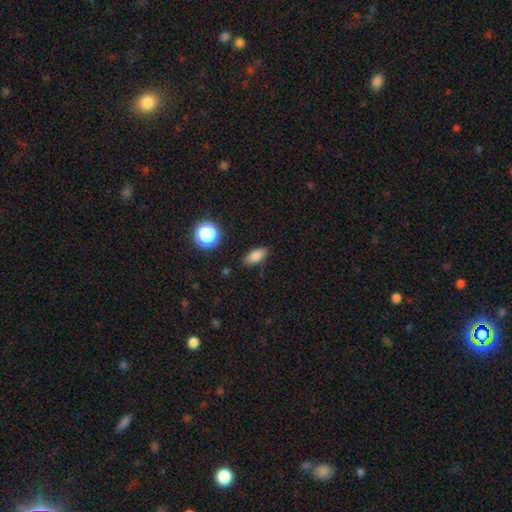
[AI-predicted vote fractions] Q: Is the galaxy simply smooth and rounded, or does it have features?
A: smooth — 81%.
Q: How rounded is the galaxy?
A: in between — 84%.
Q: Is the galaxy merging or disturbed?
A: none — 85%.